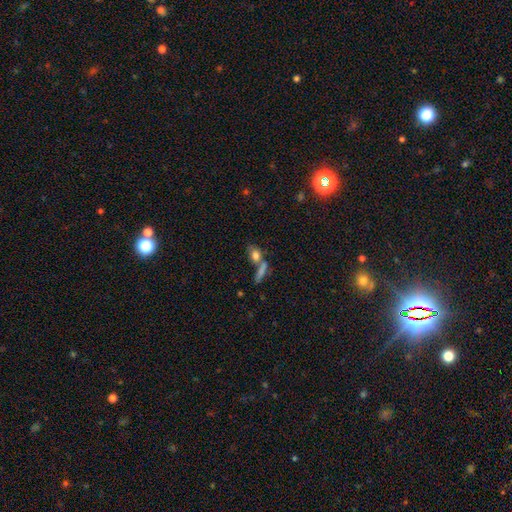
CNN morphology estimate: Smooth or featured? smooth (74%)
How rounded? in between (56%)
Merging? none (42%)